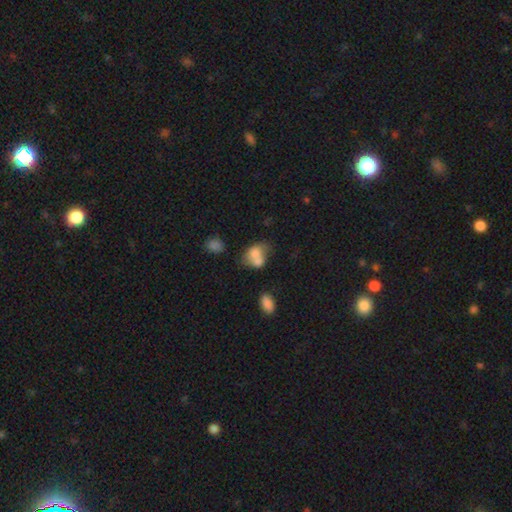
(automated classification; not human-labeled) Morphology: type=smooth (70%); roundness=in between (64%); merging=merger (54%).